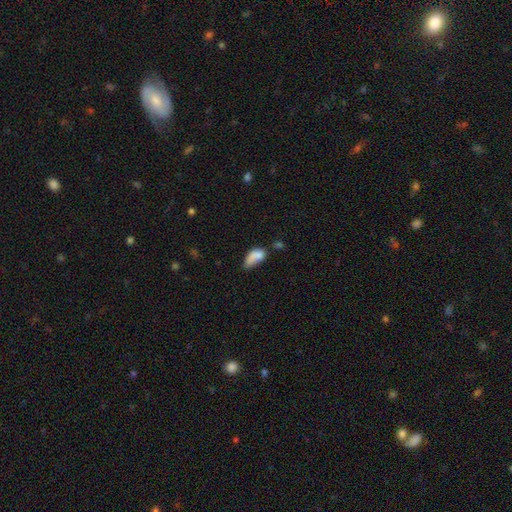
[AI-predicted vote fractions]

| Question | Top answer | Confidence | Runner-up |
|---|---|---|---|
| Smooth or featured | smooth | 75% | featured or disk (16%) |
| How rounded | in between | 87% | cigar-shaped (7%) |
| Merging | minor disturbance | 30% | none (25%) |